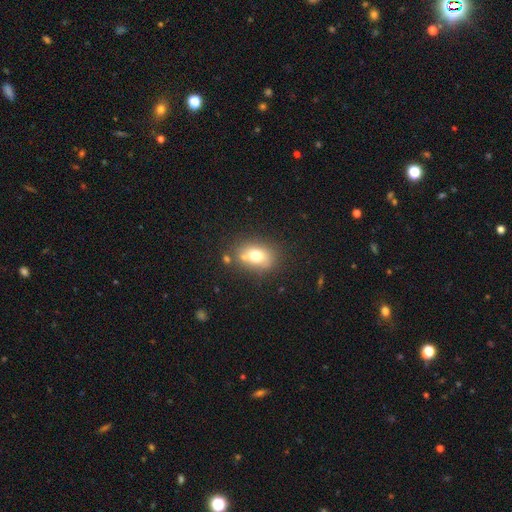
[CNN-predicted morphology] type=smooth (71%); roundness=in between (66%); merging=none (63%).